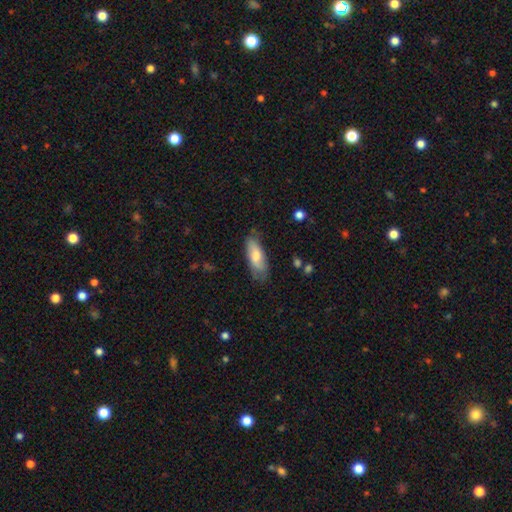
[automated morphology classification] type=smooth (69%); roundness=in between (69%); merging=none (70%).